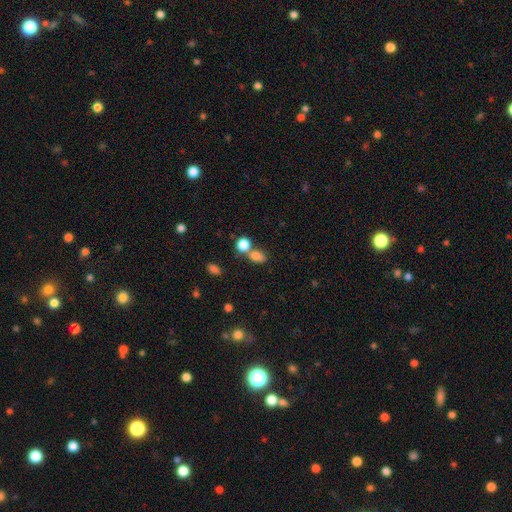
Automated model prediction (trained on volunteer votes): Smooth or featured? smooth (79%)
How rounded? in between (61%)
Merging? none (47%)